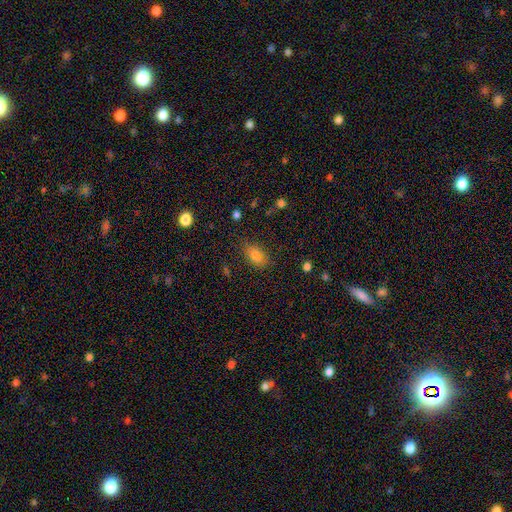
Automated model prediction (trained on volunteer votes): smooth-or-featured: smooth: 79% | star or artifact: 12% | featured or disk: 9%
  how-rounded: in between: 84% | round: 12% | cigar-shaped: 3%
  merging: none: 80% | minor disturbance: 15% | major disturbance: 4% | merger: 2%